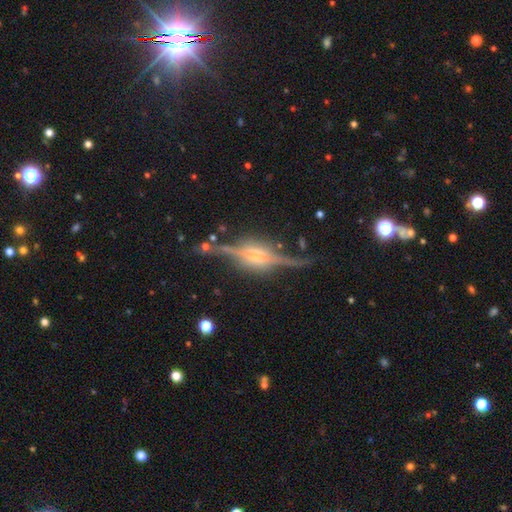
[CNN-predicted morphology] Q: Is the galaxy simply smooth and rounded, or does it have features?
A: featured or disk — 88%.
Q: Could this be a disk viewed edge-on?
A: yes — 97%.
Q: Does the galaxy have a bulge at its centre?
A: rounded — 85%.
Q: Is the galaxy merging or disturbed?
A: none — 82%.